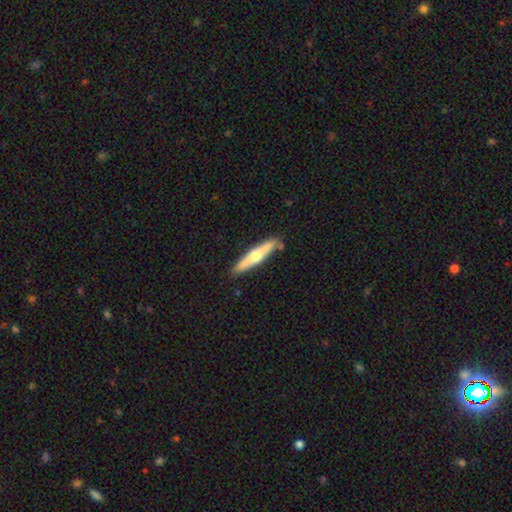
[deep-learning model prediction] Smooth or featured?
  - featured or disk: 55% *
  - smooth: 40%
  - star or artifact: 5%
Edge-on disk?
  - yes: 95% *
  - no: 5%
Edge-on bulge?
  - rounded: 91% *
  - none: 6%
  - boxy: 3%
Merging?
  - none: 85% *
  - minor disturbance: 10%
  - merger: 3%
  - major disturbance: 2%